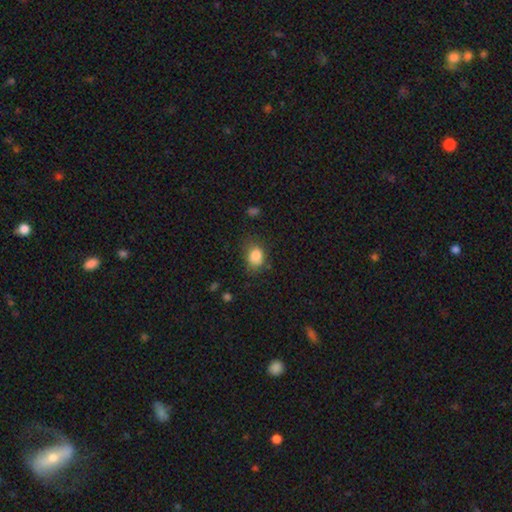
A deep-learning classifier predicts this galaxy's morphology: smooth_or_featured: smooth (p=0.83) [alt: star or artifact p=0.10]
how_rounded: in between (p=0.56) [alt: round p=0.43]
merging: none (p=0.61) [alt: minor disturbance p=0.27]